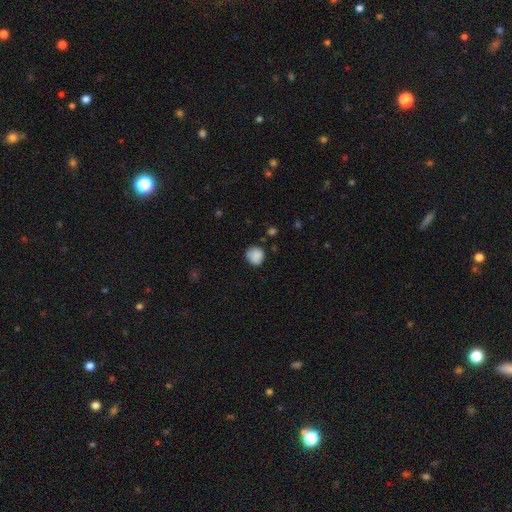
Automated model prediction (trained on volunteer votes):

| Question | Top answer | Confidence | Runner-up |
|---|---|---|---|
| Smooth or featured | smooth | 86% | star or artifact (8%) |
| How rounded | round | 86% | in between (13%) |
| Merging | none | 74% | minor disturbance (20%) |